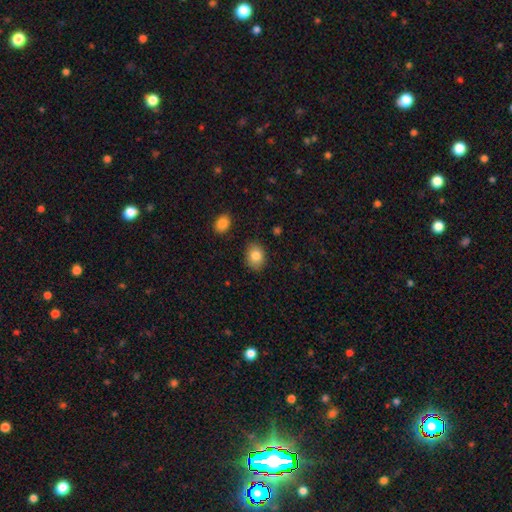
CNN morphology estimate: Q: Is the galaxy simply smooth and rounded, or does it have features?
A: smooth — 84%.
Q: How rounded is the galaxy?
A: in between — 63%.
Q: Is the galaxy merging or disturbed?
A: none — 86%.